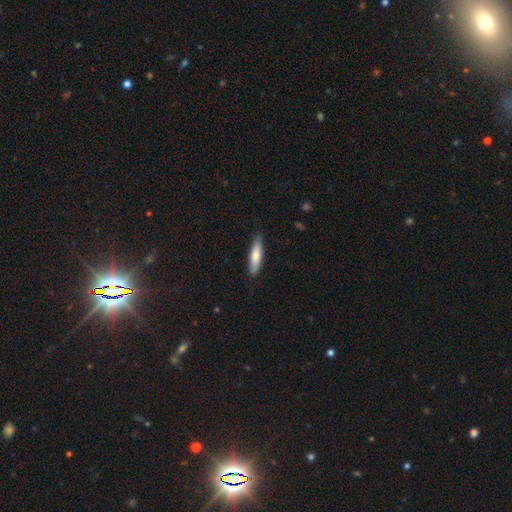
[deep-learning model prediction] Overall: smooth (75%). How rounded: cigar-shaped (73%). Merging: none (85%).